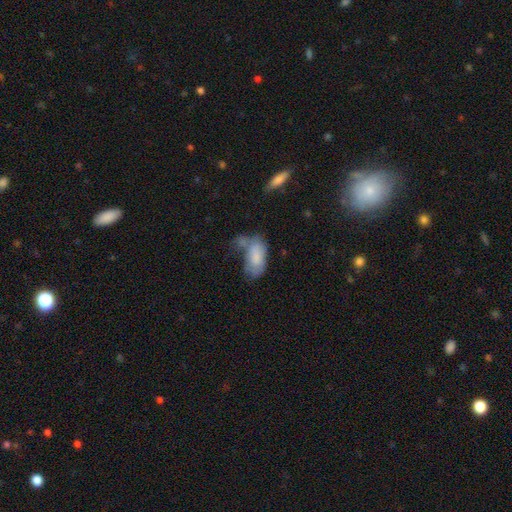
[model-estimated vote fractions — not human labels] This is likely a smooth galaxy (76%). How rounded: clearly in between (93%). Merging: marginally none (30%).